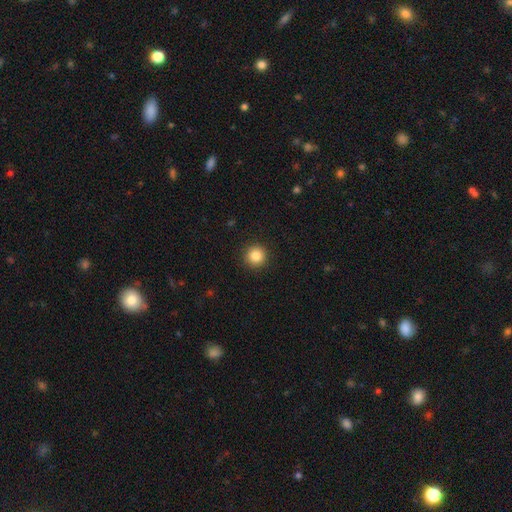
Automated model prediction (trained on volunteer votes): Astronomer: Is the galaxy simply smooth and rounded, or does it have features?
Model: smooth — 86%.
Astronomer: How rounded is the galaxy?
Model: round — 95%.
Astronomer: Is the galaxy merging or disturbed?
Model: none — 92%.